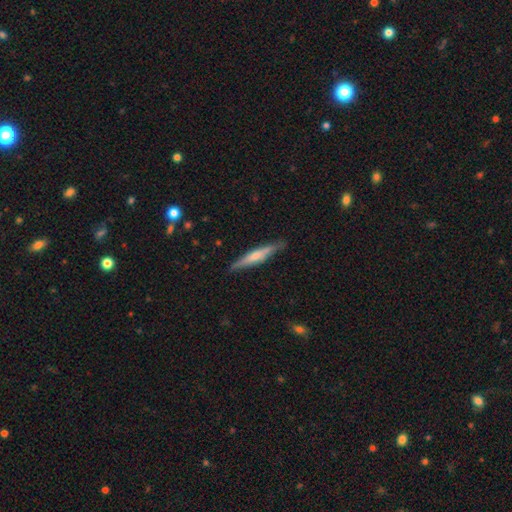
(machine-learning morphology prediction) The model was most divided on "smooth or featured": featured or disk: 60%, smooth: 34%, star or artifact: 6%. More confident: edge-on disk — yes (95%); merging — none (86%); edge-on bulge — rounded (70%).